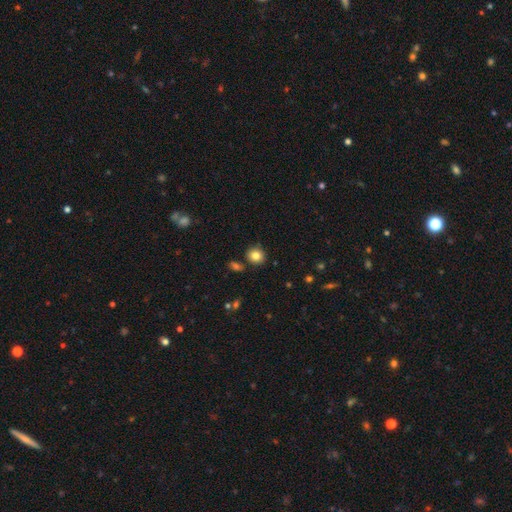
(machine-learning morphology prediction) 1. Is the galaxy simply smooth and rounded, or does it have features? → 82% smooth, 10% star or artifact, 7% featured or disk.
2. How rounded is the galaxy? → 83% round, 16% in between, 1% cigar-shaped.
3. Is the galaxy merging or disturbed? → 85% none, 8% minor disturbance, 5% merger, 2% major disturbance.